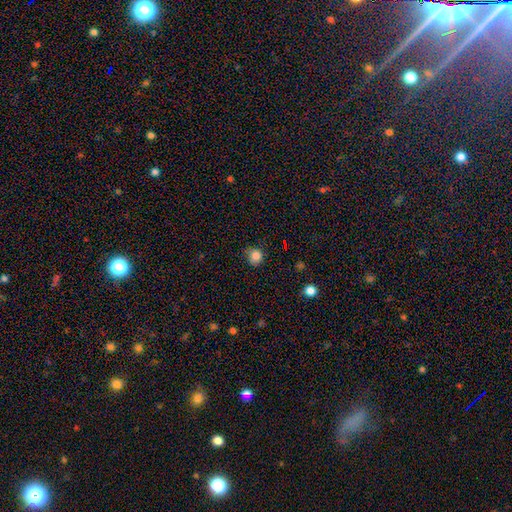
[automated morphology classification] Smooth or featured?
  - smooth: 83% *
  - star or artifact: 12%
  - featured or disk: 5%
How rounded?
  - round: 81% *
  - in between: 18%
  - cigar-shaped: 1%
Merging?
  - none: 65% *
  - minor disturbance: 27%
  - major disturbance: 6%
  - merger: 2%